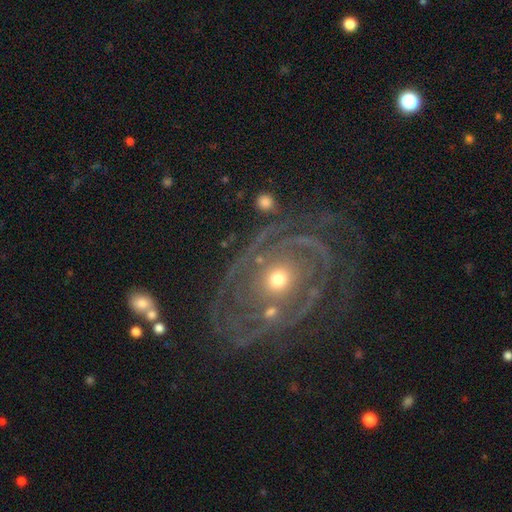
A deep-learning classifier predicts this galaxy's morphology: The model was most divided on "bulge size": moderate: 49%, small: 47%, large: 2%, none: 1%, dominant: 1%. Remaining: edge-on disk — no (96%); spiral arms — yes (92%); smooth or featured — featured or disk (87%); bar — no (81%); spiral winding — tight (73%); merging — none (67%); spiral arm count — can't tell (27%).